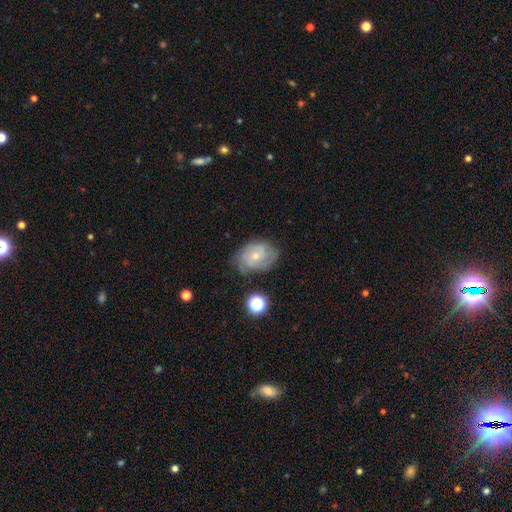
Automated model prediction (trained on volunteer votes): The model was most divided on "spiral arm count": can't tell: 40%, 2: 33%, 3: 15%, 1: 4%, 4: 4%, more than 4: 3%. Remaining: edge-on disk — no (97%); spiral arms — yes (83%); bar — no (67%); smooth or featured — featured or disk (63%); merging — none (61%); bulge size — small (54%); spiral winding — tight (49%).